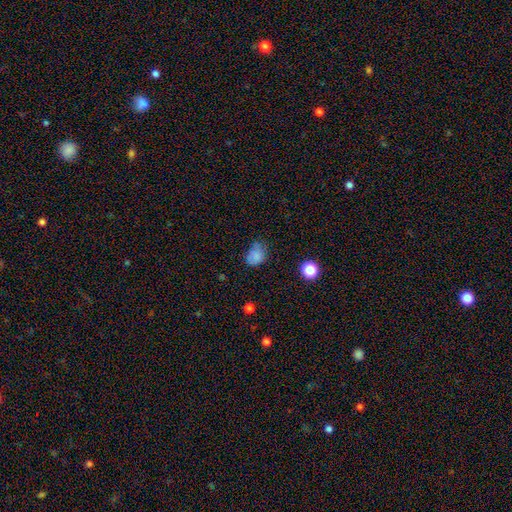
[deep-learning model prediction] smooth-or-featured: smooth: 75% | star or artifact: 15% | featured or disk: 11%
  how-rounded: in between: 63% | round: 36% | cigar-shaped: 1%
  merging: none: 55% | minor disturbance: 33% | major disturbance: 10% | merger: 2%